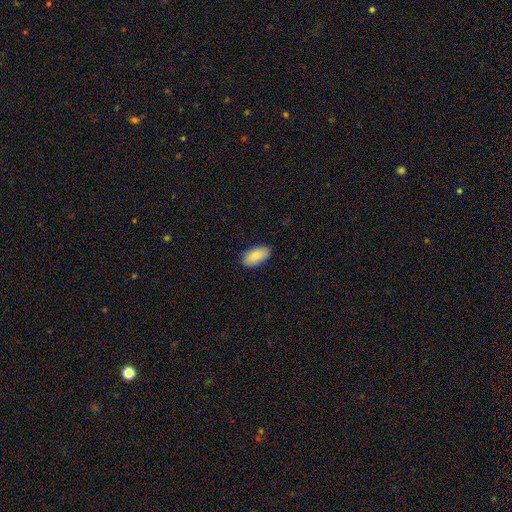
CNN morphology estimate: type=smooth (84%); roundness=in between (94%); merging=none (87%).